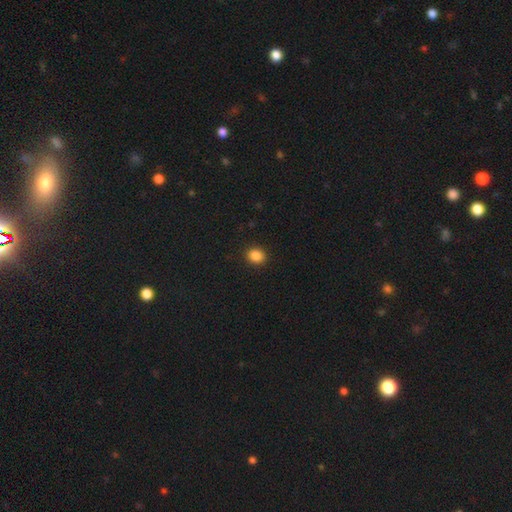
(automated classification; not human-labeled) Overall: smooth (86%). How rounded: round (64%; in between 35%). Merging: none (92%).